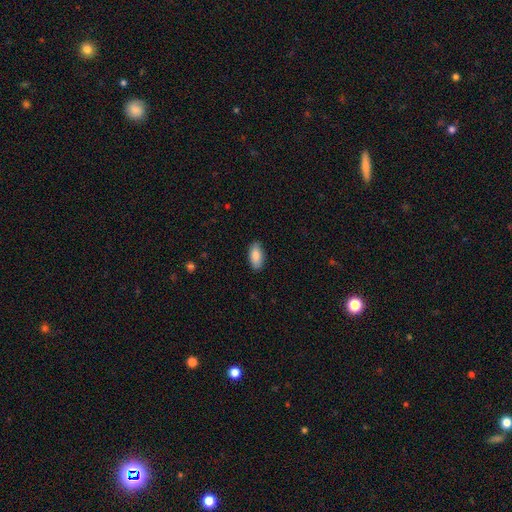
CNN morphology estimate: This appears to be a smooth galaxy with no disk features (87%) that is in between round and cigar-shaped (92%). Merging: none (87%).